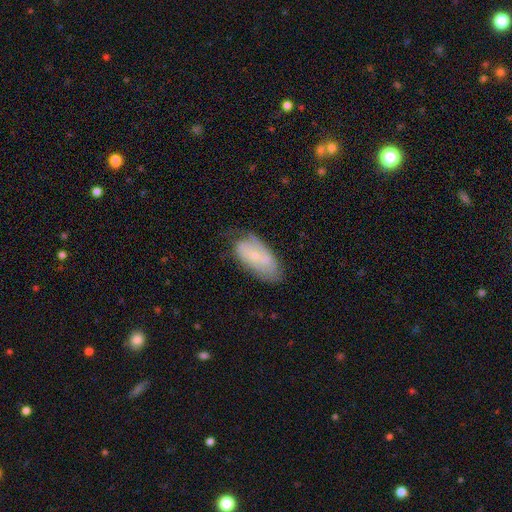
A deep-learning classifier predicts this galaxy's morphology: This appears to be a featured or disk galaxy (57%) with no bar (57%), spiral arms (80%) and a small central bulge (76%). Merging: none (58%).